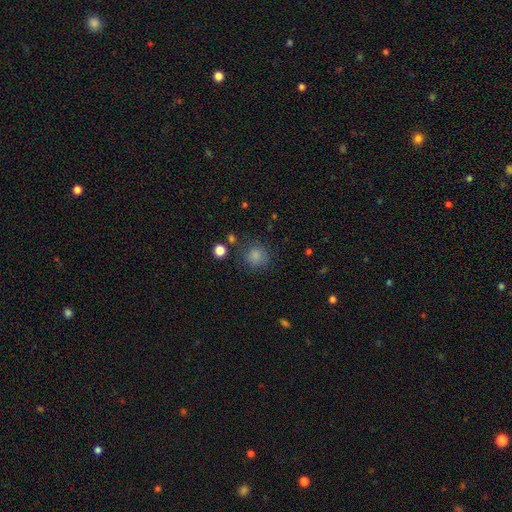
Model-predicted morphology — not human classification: Smooth or featured: smooth — 83% (star or artifact — 12%)
How rounded: round — 90% (in between — 9%)
Merging: none — 79% (minor disturbance — 13%)